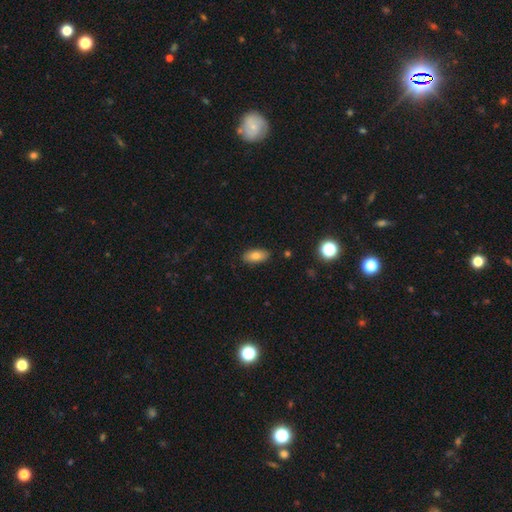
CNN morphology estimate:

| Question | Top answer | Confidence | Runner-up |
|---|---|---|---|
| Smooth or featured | smooth | 79% | featured or disk (12%) |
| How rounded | in between | 87% | cigar-shaped (9%) |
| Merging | none | 88% | minor disturbance (9%) |